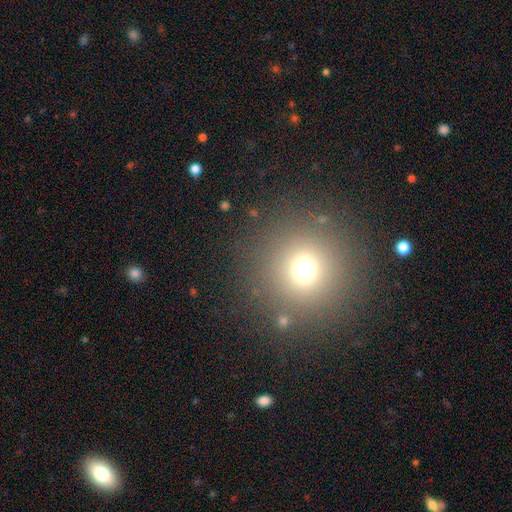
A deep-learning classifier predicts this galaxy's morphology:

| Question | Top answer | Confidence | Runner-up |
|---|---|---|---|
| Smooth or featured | smooth | 68% | star or artifact (23%) |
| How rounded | round | 95% | in between (4%) |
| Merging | none | 88% | minor disturbance (6%) |